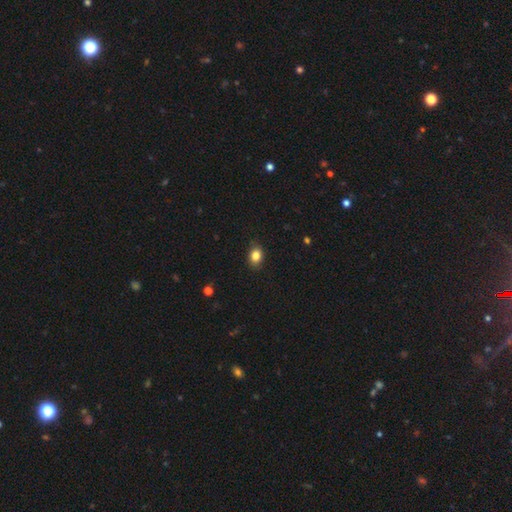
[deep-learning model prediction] smooth 84%, star or artifact 10%, featured or disk 6%. Down the decision tree: how rounded — in between (63%); merging — none (87%).